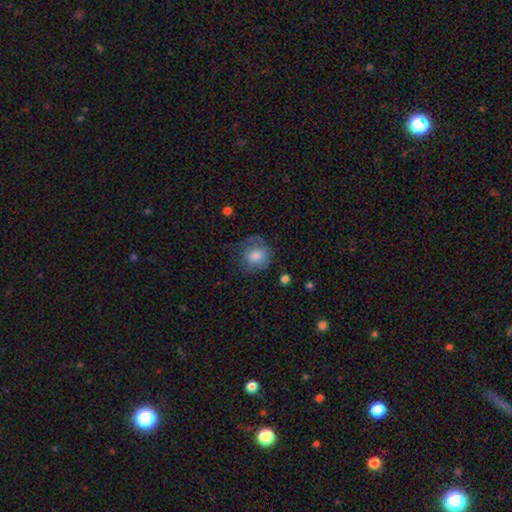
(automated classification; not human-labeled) smooth 70%, featured or disk 21%, star or artifact 9%. Down the decision tree: how rounded — round (79%); merging — none (52%).